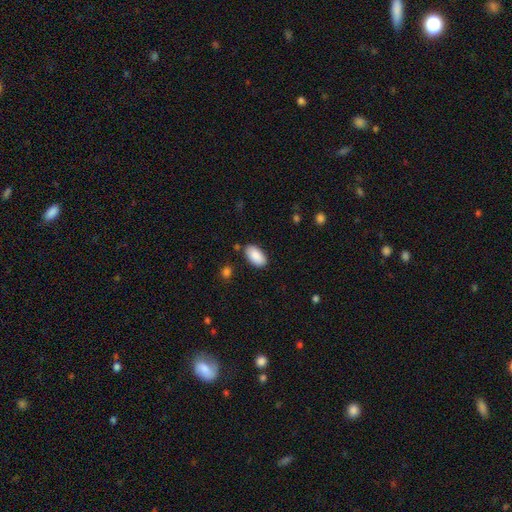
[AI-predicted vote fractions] smooth 89%, star or artifact 6%, featured or disk 5%. Down the decision tree: how rounded — in between (95%); merging — none (84%).